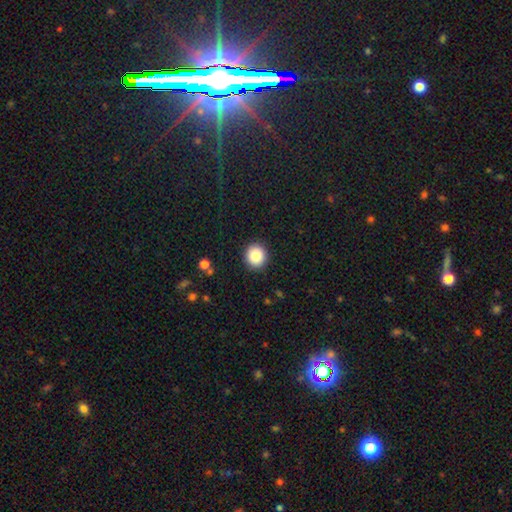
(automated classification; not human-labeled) smooth 86%, star or artifact 9%, featured or disk 4%. Down the decision tree: how rounded — round (90%); merging — none (92%).